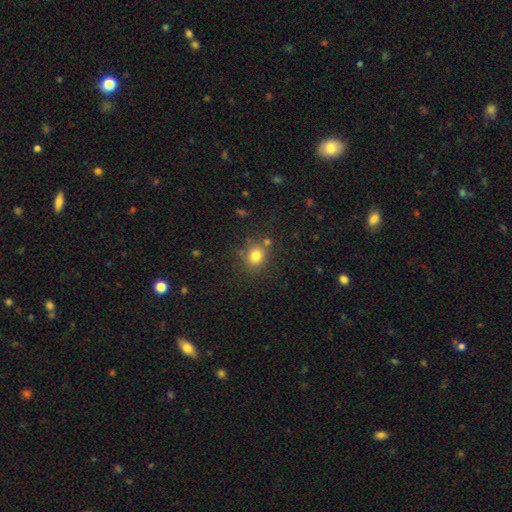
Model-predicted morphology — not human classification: Smooth or featured: smooth — 79% (star or artifact — 14%)
How rounded: round — 77% (in between — 22%)
Merging: none — 76% (minor disturbance — 12%)